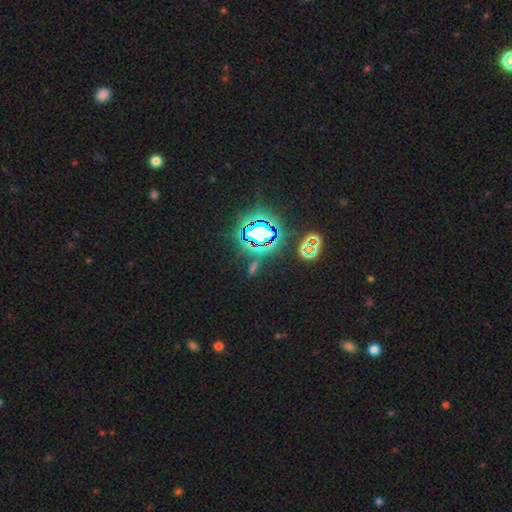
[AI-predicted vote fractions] Morphology: type=star or artifact (82%).